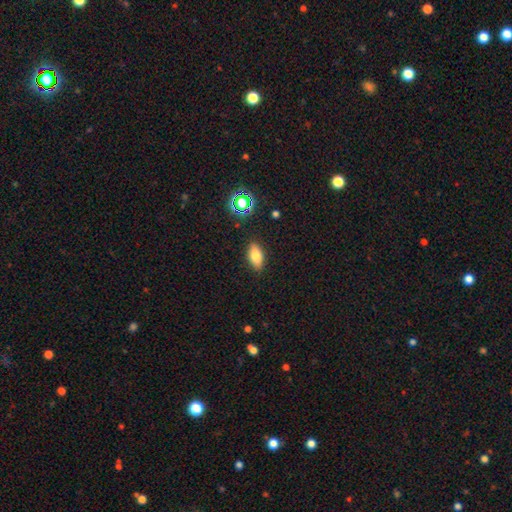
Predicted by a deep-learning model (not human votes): A smooth galaxy with no disk features (78%) that is in between round and cigar-shaped (85%).

Vote fractions:
- Smooth or featured? smooth: 78% / featured or disk: 12% / star or artifact: 10%
- How rounded? in between: 85% / cigar-shaped: 9% / round: 5%
- Merging? none: 87% / minor disturbance: 9% / major disturbance: 2% / merger: 1%